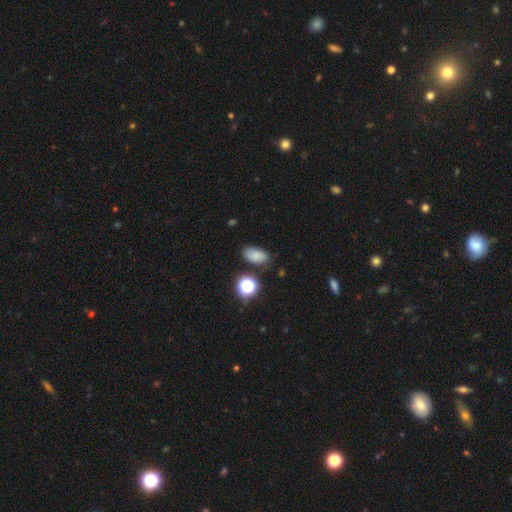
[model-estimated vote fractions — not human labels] Smooth or featured? smooth (77%)
How rounded? in between (88%)
Merging? none (76%)